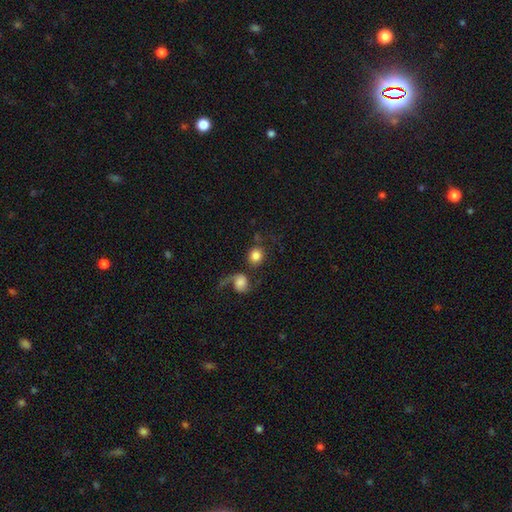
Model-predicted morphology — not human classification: Overall: smooth (78%). How rounded: round (85%). Merging: none (49%; merger 29%).